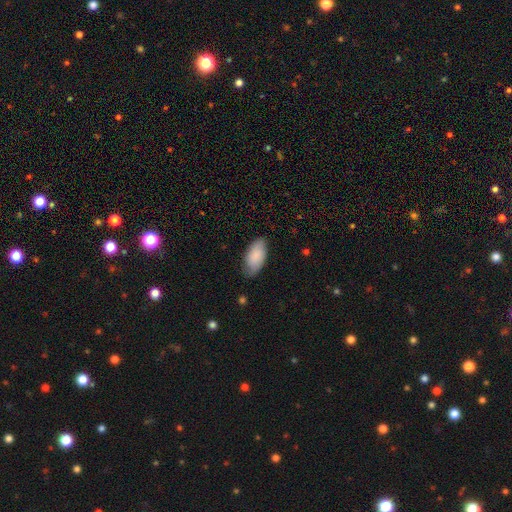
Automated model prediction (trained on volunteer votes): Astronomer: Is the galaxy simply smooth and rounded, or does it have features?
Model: smooth — 83%.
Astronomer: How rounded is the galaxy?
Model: in between — 94%.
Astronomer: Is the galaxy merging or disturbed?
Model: none — 75%.